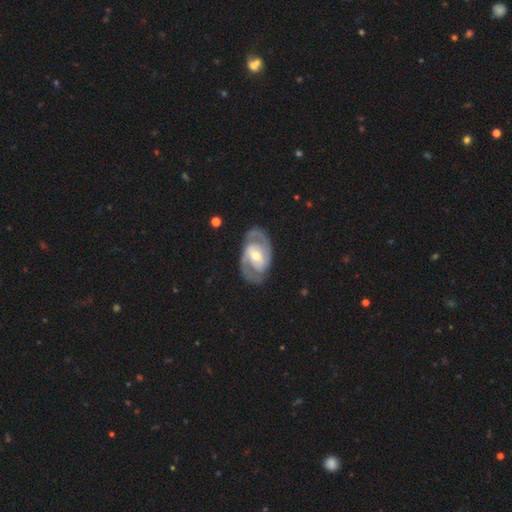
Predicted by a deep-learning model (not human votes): A featured or disk galaxy (88%) with a weak bar (42%), 2 (88%) medium (47%) spiral arms (94%) and a moderate central bulge (64%). Merging: none (80%).